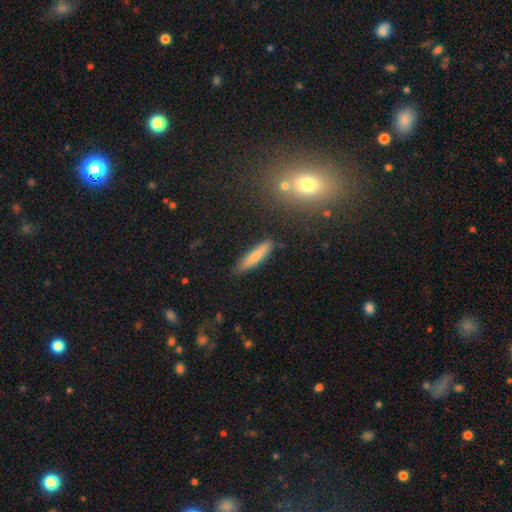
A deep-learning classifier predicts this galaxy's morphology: A smooth galaxy with no disk features (73%) that is cigar-shaped (85%). Merging: none (84%).